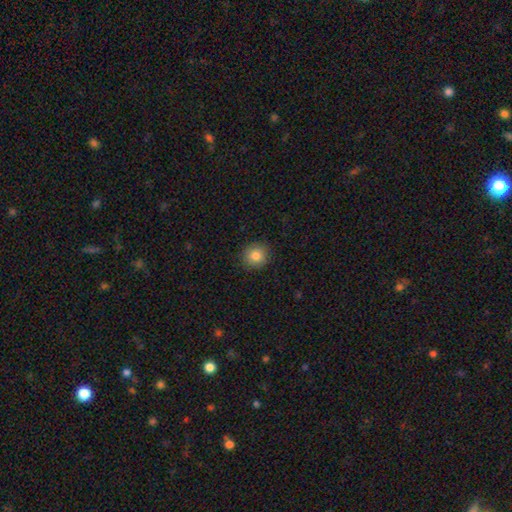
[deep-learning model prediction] This appears to be a smooth galaxy with no disk features (84%) that is round (90%). Merging: none (89%).